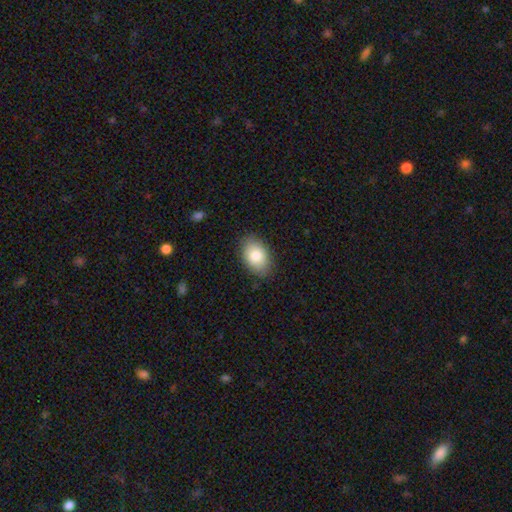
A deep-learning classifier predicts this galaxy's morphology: Smooth or featured? smooth (83%)
How rounded? in between (88%)
Merging? none (85%)